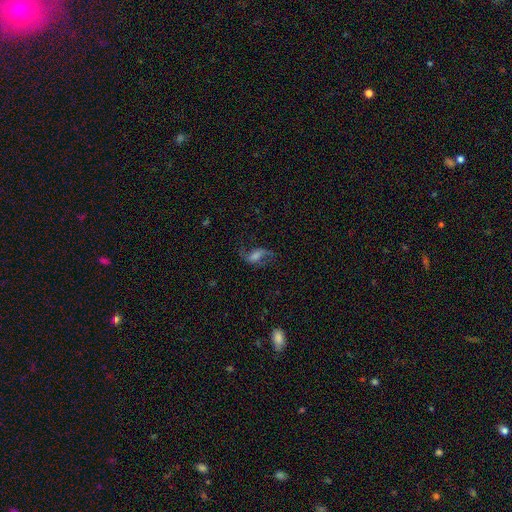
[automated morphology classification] type=featured or disk (69%); edge-on=no (95%); bar=weak (45%); spiral arms=yes (91%); winding=loose (75%); arm count=2 (89%); bulge=moderate (32%); merging=none (65%).